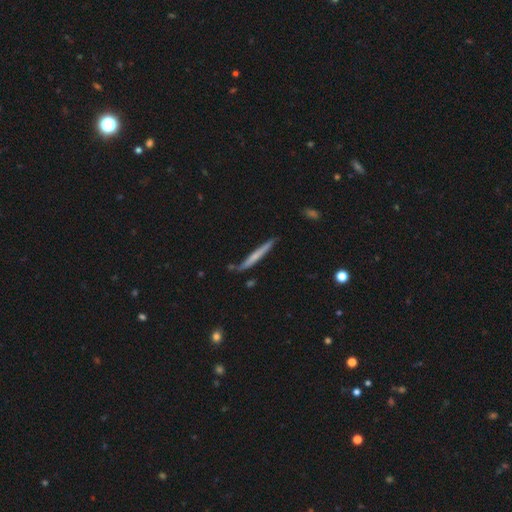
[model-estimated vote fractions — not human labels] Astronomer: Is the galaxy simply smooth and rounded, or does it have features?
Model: smooth — 50% (runner-up: featured or disk, 44%).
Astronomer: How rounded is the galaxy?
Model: cigar-shaped — 96%.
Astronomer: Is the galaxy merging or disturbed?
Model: none — 80%.